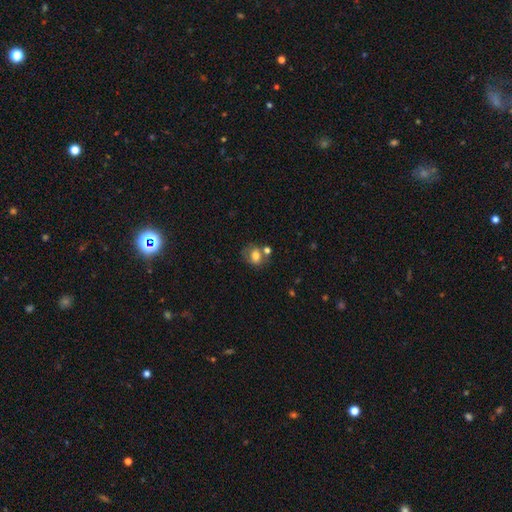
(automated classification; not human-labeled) smooth-or-featured: smooth: 70% | featured or disk: 20% | star or artifact: 10%
  how-rounded: in between: 55% | round: 44% | cigar-shaped: 1%
  merging: none: 50% | merger: 24% | minor disturbance: 18% | major disturbance: 8%